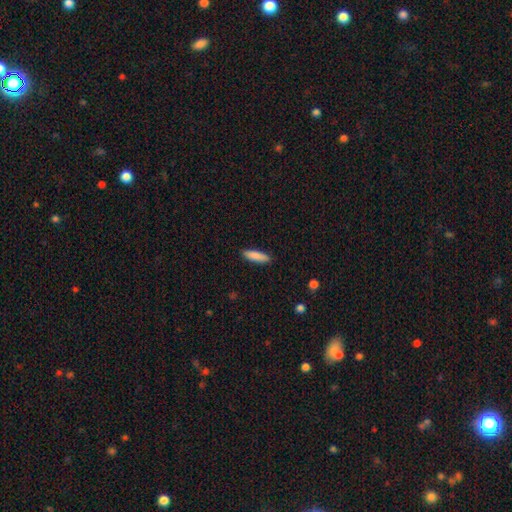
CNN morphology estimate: smooth_or_featured: smooth (p=0.88) [alt: featured or disk p=0.06]
how_rounded: cigar-shaped (p=0.65) [alt: in between p=0.34]
merging: none (p=0.89) [alt: minor disturbance p=0.08]